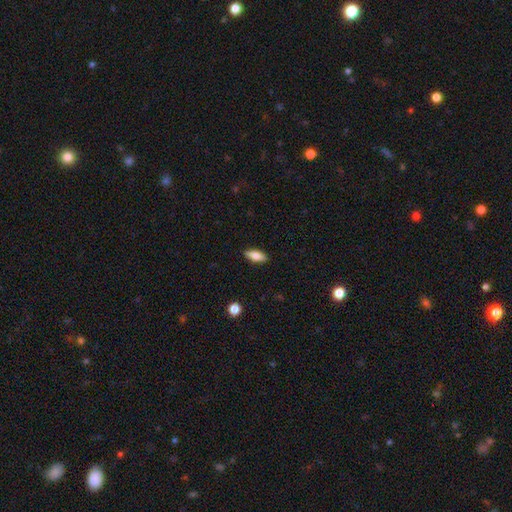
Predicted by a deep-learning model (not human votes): Smooth or featured? Predicted: smooth (p=0.74). How rounded? Predicted: in between (p=0.75). Merging? Predicted: none (p=0.89).